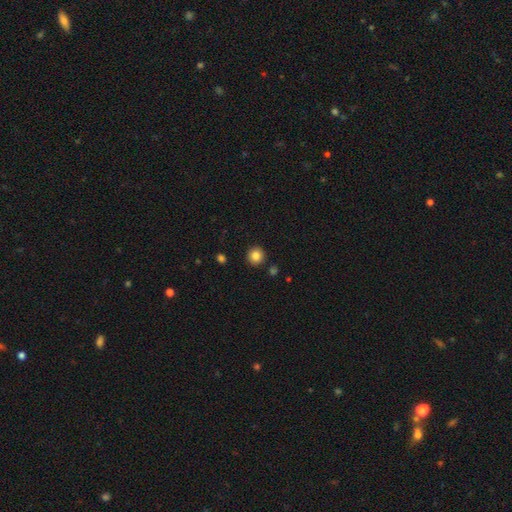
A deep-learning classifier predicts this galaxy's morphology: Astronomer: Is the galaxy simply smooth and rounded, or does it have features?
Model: smooth — 84%.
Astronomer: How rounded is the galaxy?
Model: round — 93%.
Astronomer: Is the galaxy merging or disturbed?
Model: none — 91%.